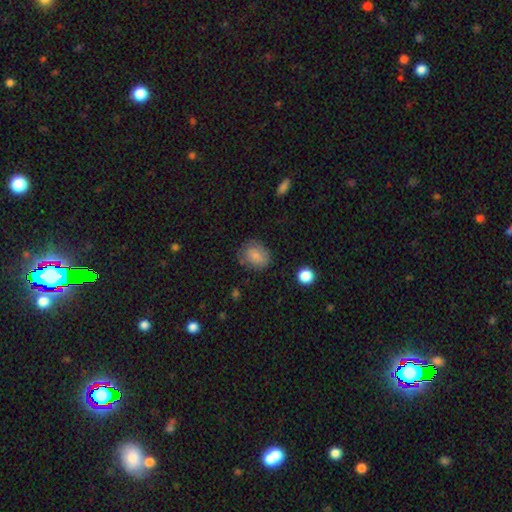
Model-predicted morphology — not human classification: Smooth or featured? Predicted: smooth (p=0.77). How rounded? Predicted: round (p=0.49, tied with in between). Merging? Predicted: none (p=0.68).